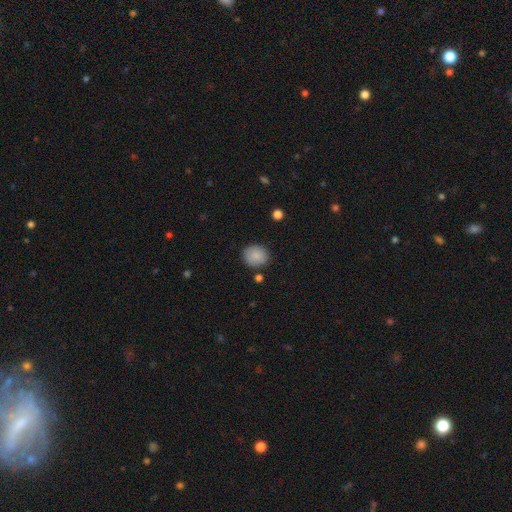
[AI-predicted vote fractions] Smooth or featured: smooth — 88% (star or artifact — 8%)
How rounded: round — 76% (in between — 23%)
Merging: none — 84% (minor disturbance — 10%)